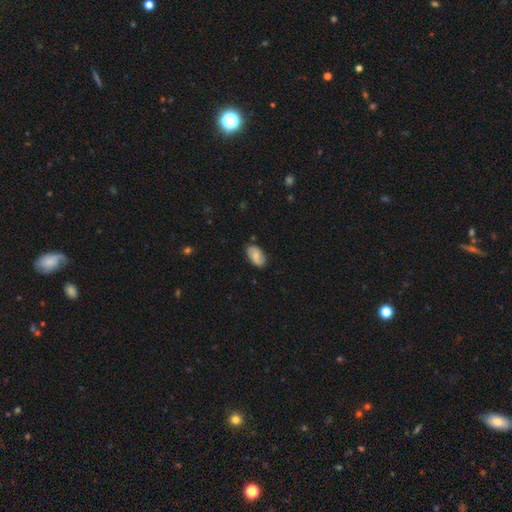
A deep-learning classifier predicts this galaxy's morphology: Overall: smooth (58%; featured or disk 35%). How rounded: in between (92%). Merging: none (80%).